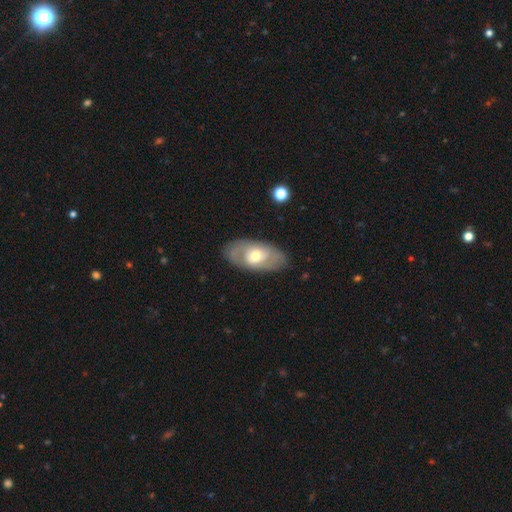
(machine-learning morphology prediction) smooth-or-featured: featured or disk: 57% | smooth: 38% | star or artifact: 6%
  disk-edge-on: no: 89% | yes: 11%
    bar: no: 60% | weak: 31% | strong: 9%
    has-spiral-arms: yes: 54% | no: 46%
    bulge-size: moderate: 65% | small: 23% | large: 9% | dominant: 1% | none: 1%
  merging: none: 82% | minor disturbance: 13% | major disturbance: 4% | merger: 1%